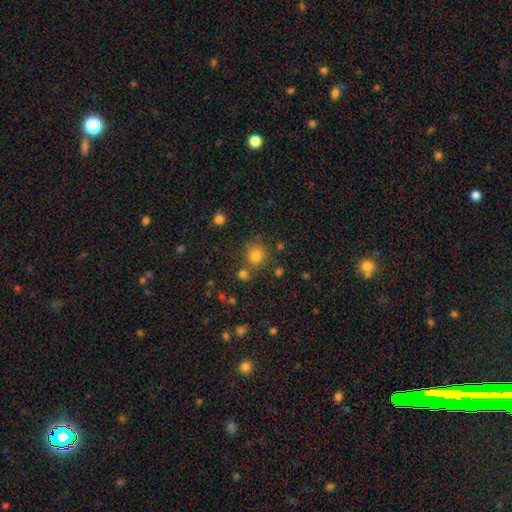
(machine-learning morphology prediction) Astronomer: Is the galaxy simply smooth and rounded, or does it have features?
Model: smooth — 76%.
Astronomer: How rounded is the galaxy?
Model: round — 86%.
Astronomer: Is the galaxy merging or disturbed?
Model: none — 70%.